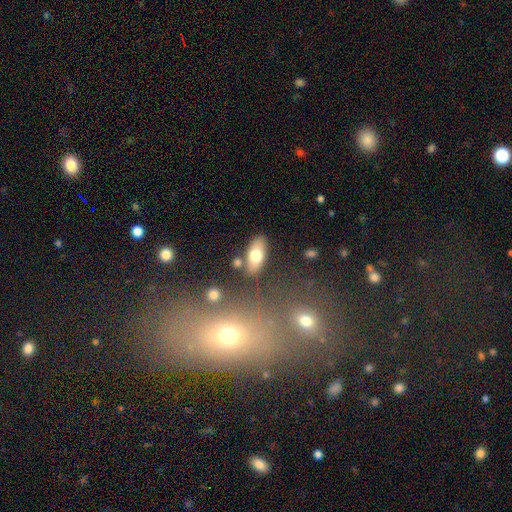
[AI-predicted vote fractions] Overall: smooth (72%). How rounded: in between (86%). Merging: none (78%).